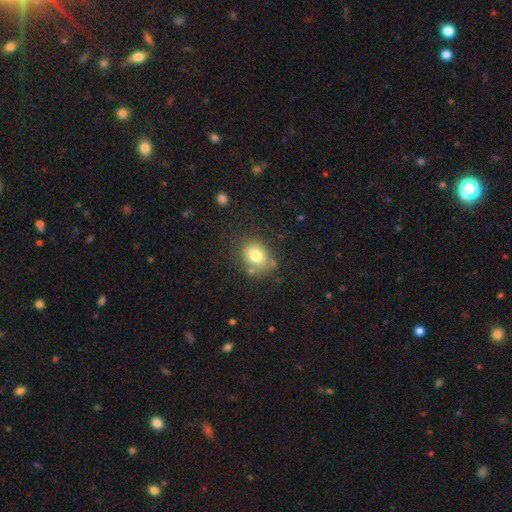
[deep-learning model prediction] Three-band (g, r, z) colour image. It shows a smooth galaxy with no disk features (78%) that is round (52%). Merging: none (69%).